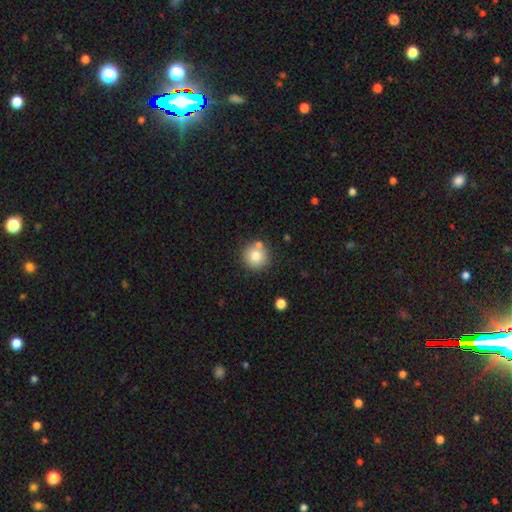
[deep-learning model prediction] Smooth or featured?
  - smooth: 79% *
  - featured or disk: 11%
  - star or artifact: 10%
How rounded?
  - round: 94% *
  - in between: 5%
  - cigar-shaped: 1%
Merging?
  - none: 75% *
  - merger: 13%
  - minor disturbance: 9%
  - major disturbance: 3%